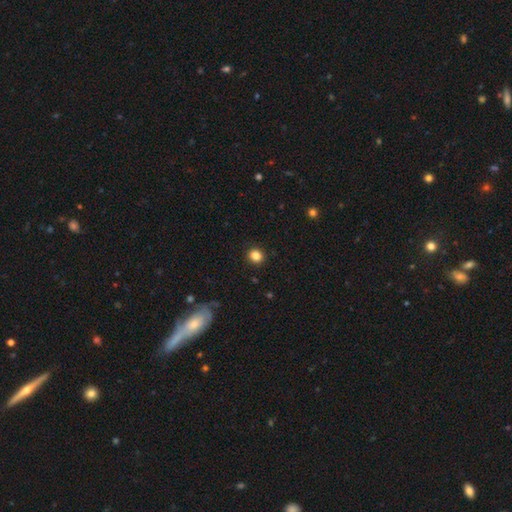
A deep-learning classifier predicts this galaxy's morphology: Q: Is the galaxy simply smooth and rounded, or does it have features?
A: smooth — 85%.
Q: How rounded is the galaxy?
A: round — 82%.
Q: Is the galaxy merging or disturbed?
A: none — 91%.